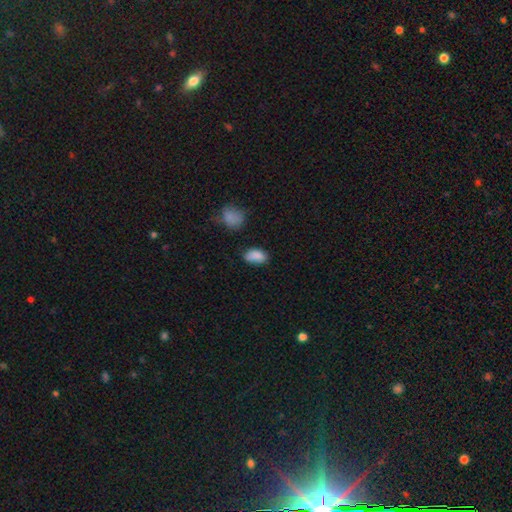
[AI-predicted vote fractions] This appears to be a smooth galaxy with no disk features (87%) that is in between round and cigar-shaped (91%). Merging: none (69%).